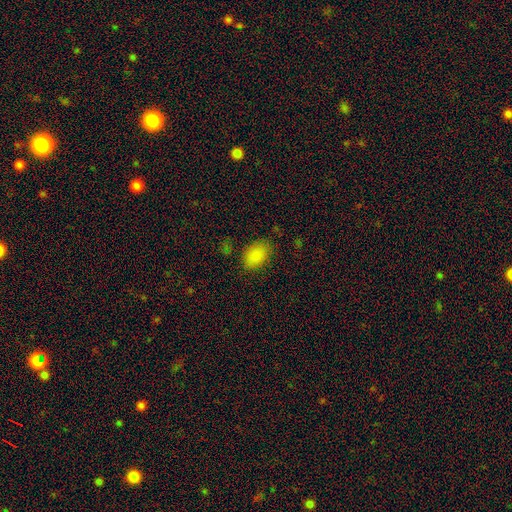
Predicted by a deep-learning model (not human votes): Smooth or featured? smooth (86%)
How rounded? in between (85%)
Merging? none (80%)